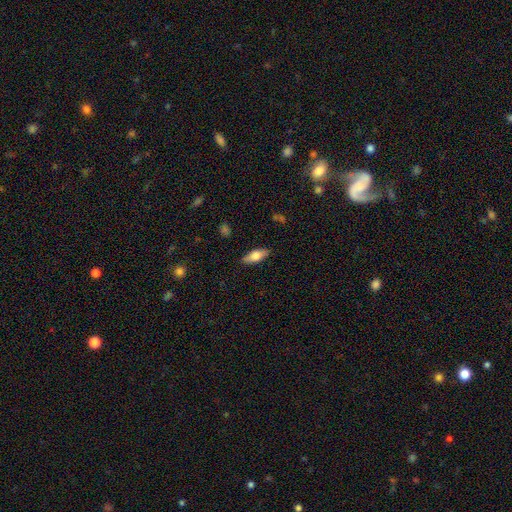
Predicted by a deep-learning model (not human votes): This is likely a smooth galaxy (72%). How rounded: likely in between (75%). Merging: clearly none (86%).